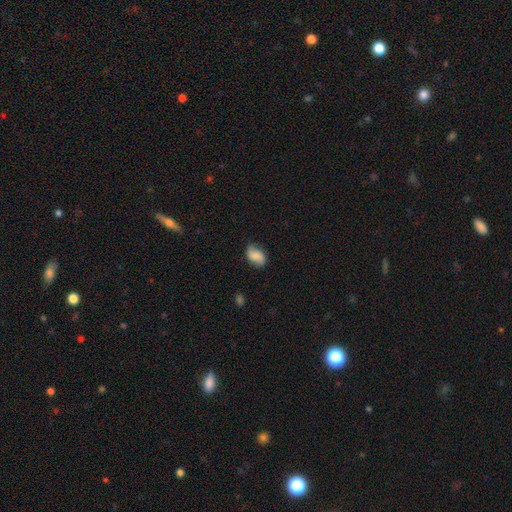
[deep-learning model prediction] smooth 77%, featured or disk 14%, star or artifact 8%. Down the decision tree: how rounded — in between (86%); merging — none (72%).